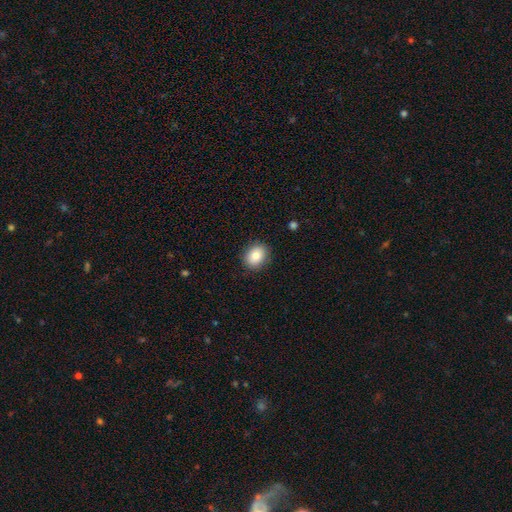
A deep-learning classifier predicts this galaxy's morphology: Overall: smooth (82%). How rounded: in between (51%; round 48%). Merging: none (88%).